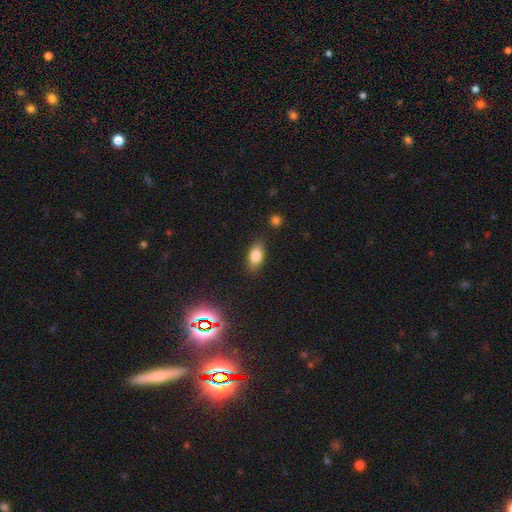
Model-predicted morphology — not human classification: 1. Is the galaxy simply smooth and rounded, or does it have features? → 80% smooth, 10% star or artifact, 10% featured or disk.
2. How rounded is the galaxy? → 87% in between, 7% cigar-shaped, 6% round.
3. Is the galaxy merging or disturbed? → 84% none, 11% minor disturbance, 3% major disturbance, 2% merger.